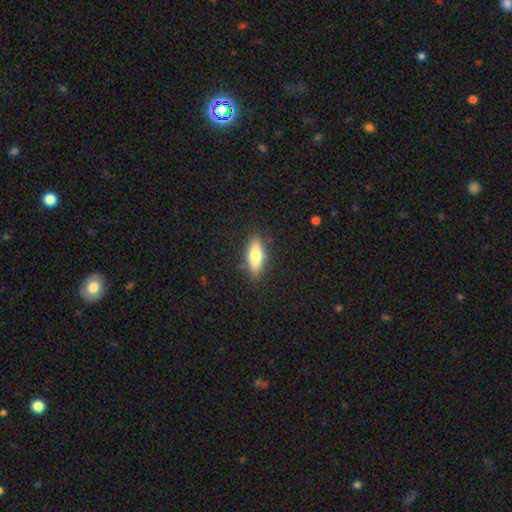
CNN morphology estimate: Smooth or featured? smooth (72%)
How rounded? in between (64%)
Merging? none (86%)